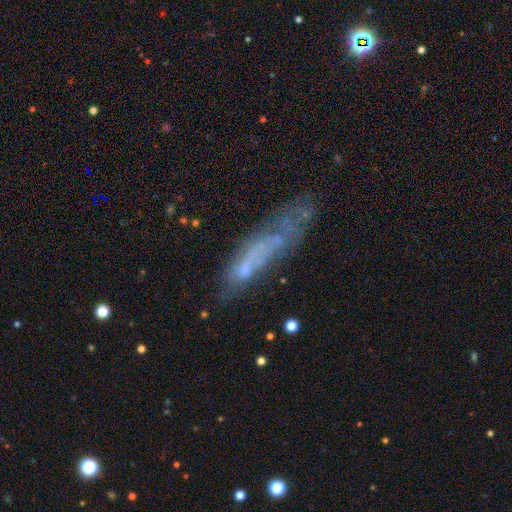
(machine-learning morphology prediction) A featured or disk galaxy (43%).

Vote fractions:
- Smooth or featured? featured or disk: 43% / smooth: 42% / star or artifact: 15%
- Merging? none: 45% / minor disturbance: 24% / major disturbance: 22% / merger: 9%